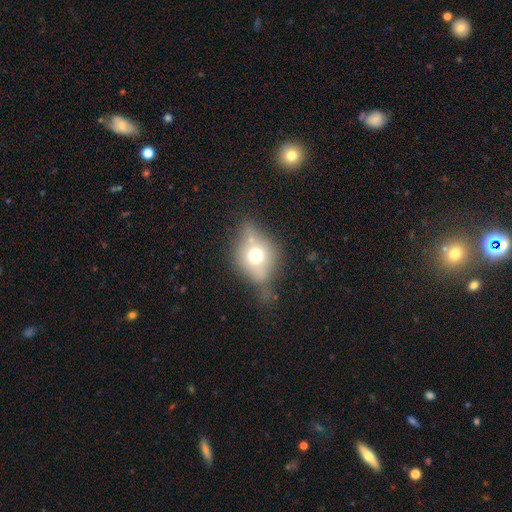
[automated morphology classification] A smooth galaxy with no disk features (59%) that is in between round and cigar-shaped (49%). Merging: none (46%).